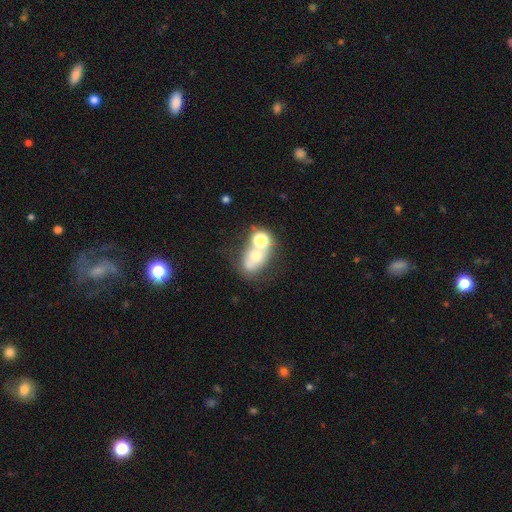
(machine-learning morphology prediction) Smooth or featured?
  - smooth: 56% *
  - featured or disk: 29%
  - star or artifact: 15%
How rounded?
  - in between: 61% *
  - round: 38%
  - cigar-shaped: 2%
Merging?
  - merger: 50% *
  - none: 30%
  - minor disturbance: 11%
  - major disturbance: 8%